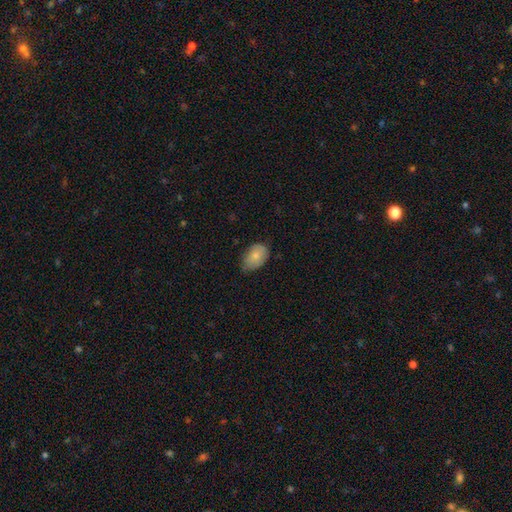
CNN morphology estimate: Smooth or featured?
  - smooth: 80% *
  - featured or disk: 13%
  - star or artifact: 7%
How rounded?
  - in between: 88% *
  - round: 11%
  - cigar-shaped: 1%
Merging?
  - none: 61% *
  - minor disturbance: 33%
  - major disturbance: 5%
  - merger: 1%